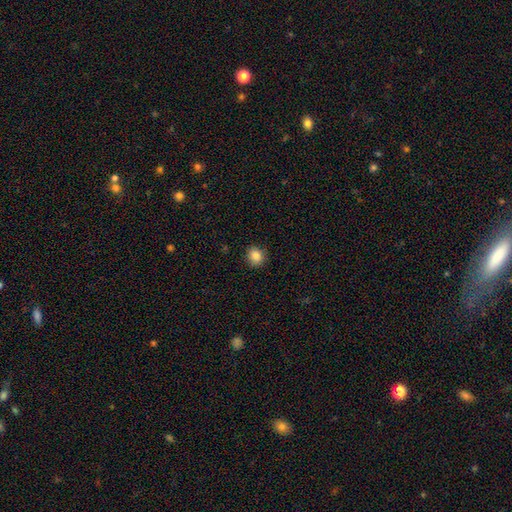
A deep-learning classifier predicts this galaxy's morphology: Smooth or featured: smooth — 85% (star or artifact — 10%)
How rounded: round — 82% (in between — 17%)
Merging: none — 91% (minor disturbance — 7%)